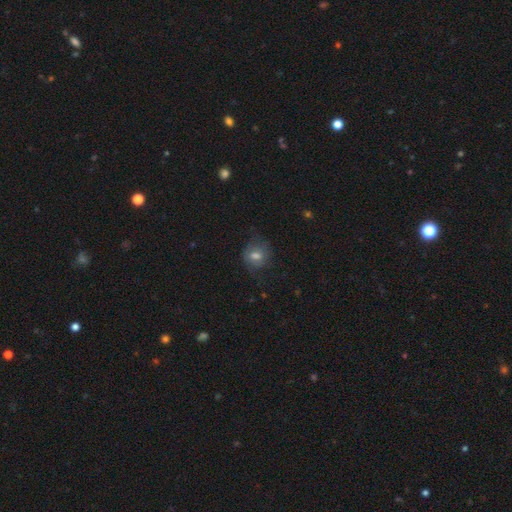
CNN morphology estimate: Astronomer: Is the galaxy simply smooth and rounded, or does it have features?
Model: smooth — 65%.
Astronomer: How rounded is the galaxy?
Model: round — 57% (runner-up: in between, 41%).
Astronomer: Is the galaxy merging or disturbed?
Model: none — 59%.